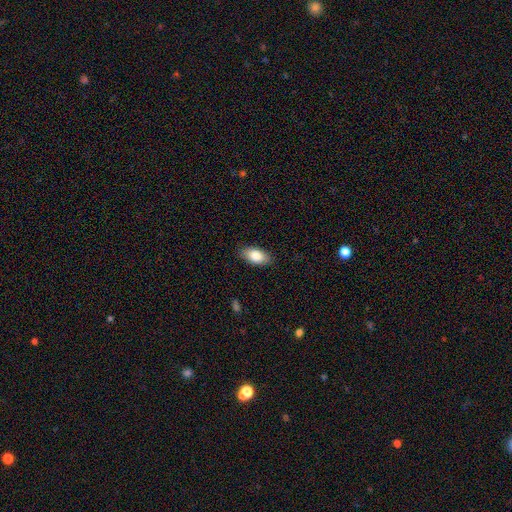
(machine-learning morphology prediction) Overall: smooth (84%). How rounded: in between (92%). Merging: none (86%).